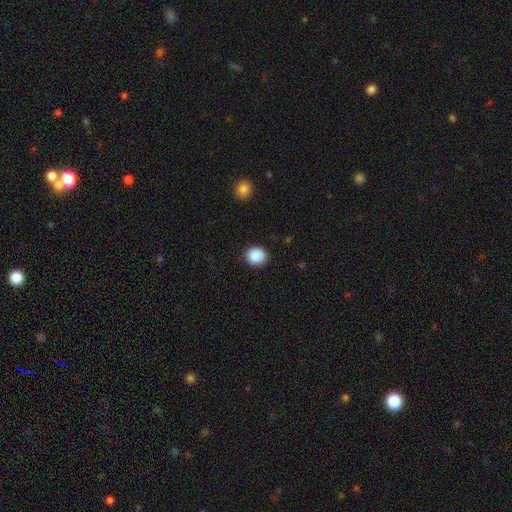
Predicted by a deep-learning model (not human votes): Smooth or featured: smooth — 89% (star or artifact — 8%)
How rounded: round — 79% (in between — 20%)
Merging: none — 89% (minor disturbance — 8%)